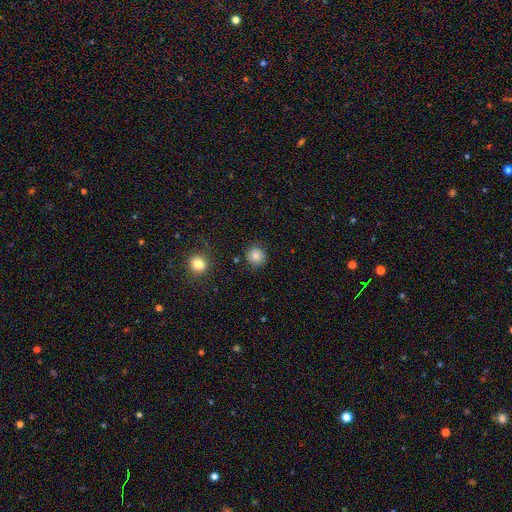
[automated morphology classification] The model was most divided on "smooth or featured": smooth: 83%, star or artifact: 11%, featured or disk: 7%. More confident: how rounded — round (92%); merging — none (88%).